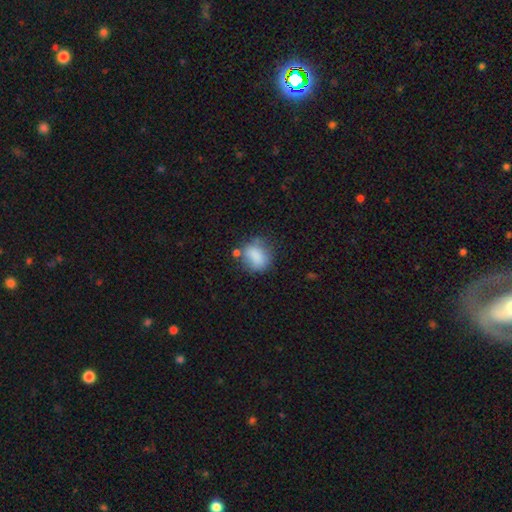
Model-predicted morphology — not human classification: smooth 80%, featured or disk 10%, star or artifact 9%. Down the decision tree: how rounded — in between (53%); merging — none (54%).